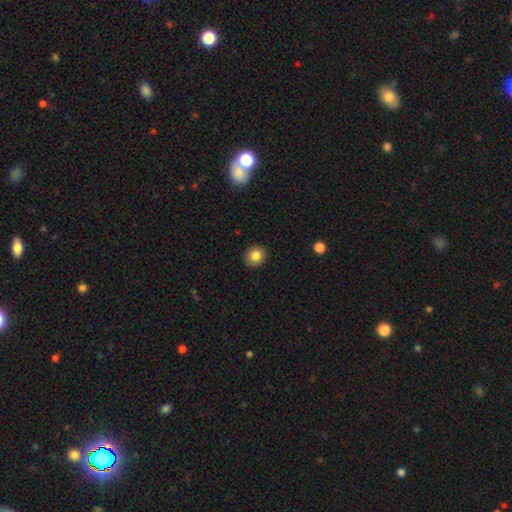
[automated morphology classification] type=smooth (83%); roundness=round (81%); merging=none (90%).